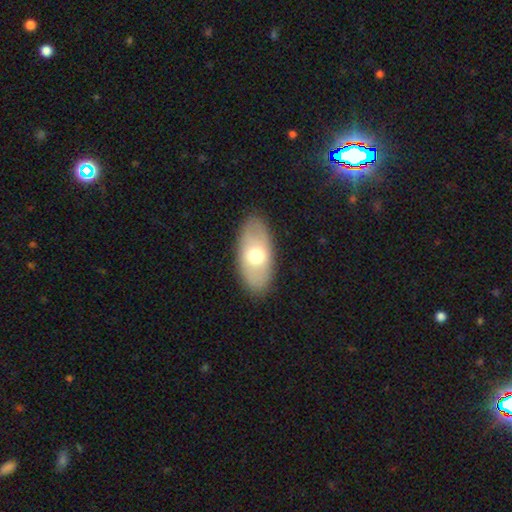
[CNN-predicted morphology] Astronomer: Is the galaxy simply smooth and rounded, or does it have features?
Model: smooth — 62%.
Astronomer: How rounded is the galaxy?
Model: in between — 91%.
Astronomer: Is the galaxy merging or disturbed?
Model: none — 86%.